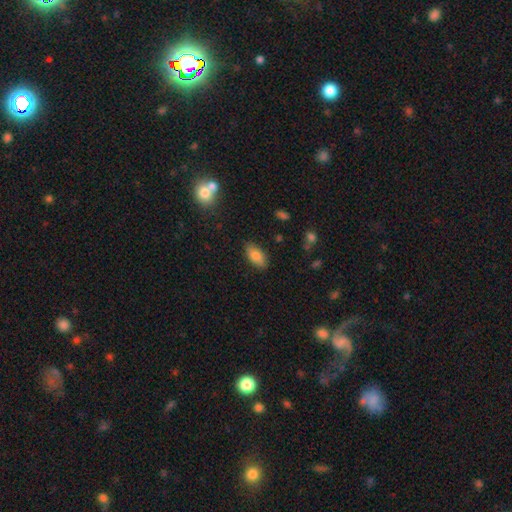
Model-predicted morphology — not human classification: Q: Smooth or featured?
A: smooth (81%); runner-up: featured or disk (11%)
Q: How rounded?
A: in between (91%); runner-up: cigar-shaped (6%)
Q: Merging?
A: none (84%); runner-up: minor disturbance (12%)